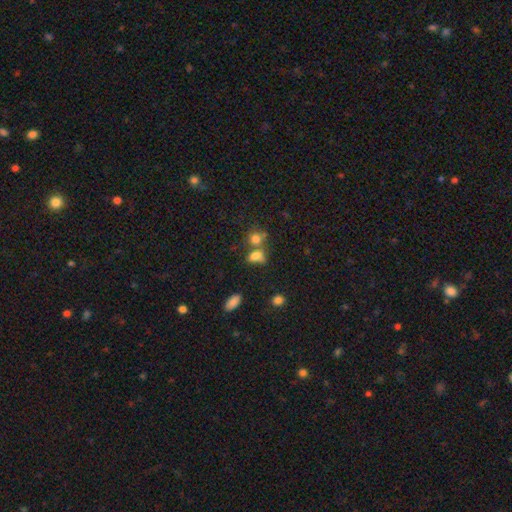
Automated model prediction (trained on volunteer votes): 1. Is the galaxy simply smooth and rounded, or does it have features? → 75% smooth, 14% star or artifact, 10% featured or disk.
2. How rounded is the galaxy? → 65% in between, 31% round, 3% cigar-shaped.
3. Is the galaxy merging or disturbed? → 42% merger, 37% none, 13% minor disturbance, 8% major disturbance.